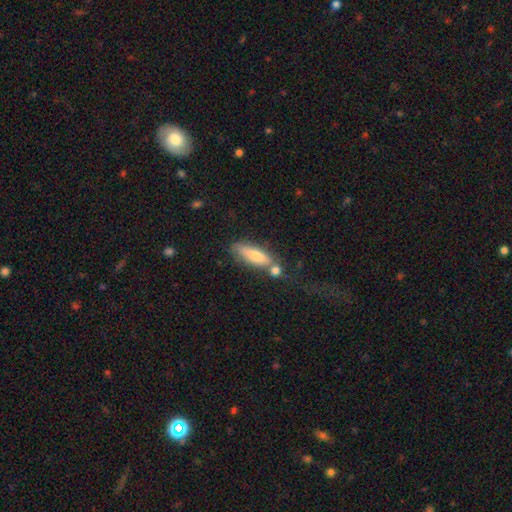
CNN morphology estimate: smooth-or-featured: smooth: 66% | featured or disk: 27% | star or artifact: 7%
  how-rounded: cigar-shaped: 58% | in between: 40% | round: 2%
  merging: none: 52% | minor disturbance: 19% | merger: 17% | major disturbance: 11%